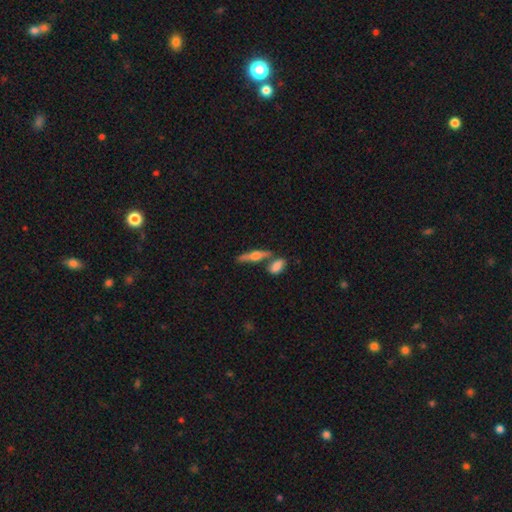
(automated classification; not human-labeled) Smooth or featured? featured or disk (59%)
Edge-on disk? yes (94%)
Edge-on bulge? rounded (93%)
Merging? none (68%)